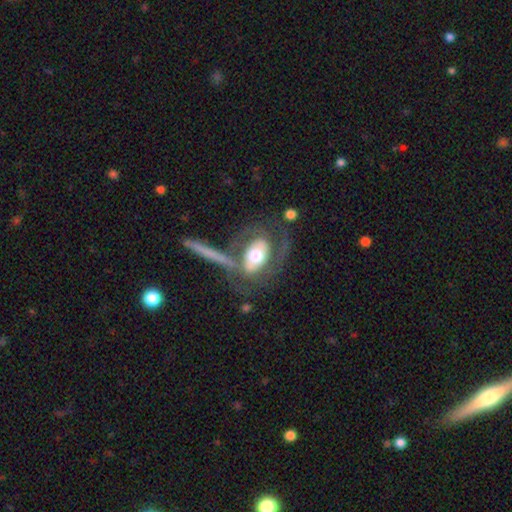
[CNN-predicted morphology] smooth-or-featured: featured or disk: 58% | smooth: 35% | star or artifact: 6%
  disk-edge-on: no: 88% | yes: 12%
    bar: no: 65% | weak: 19% | strong: 17%
    has-spiral-arms: no: 54% | yes: 46%
    bulge-size: moderate: 62% | large: 28% | small: 6% | dominant: 4% | none: 1%
  merging: none: 43% | major disturbance: 23% | minor disturbance: 17% | merger: 17%